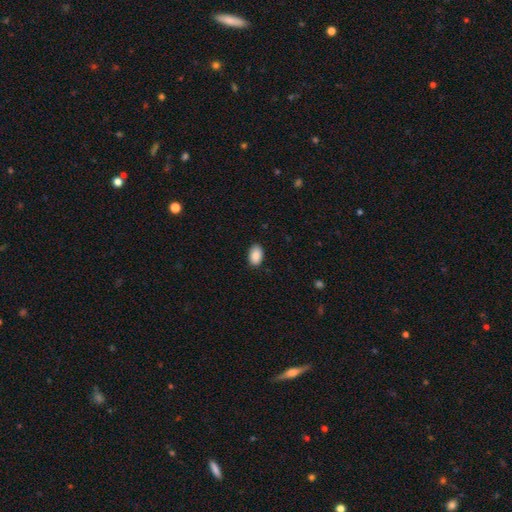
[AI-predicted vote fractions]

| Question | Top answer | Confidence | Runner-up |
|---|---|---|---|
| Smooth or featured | smooth | 89% | star or artifact (7%) |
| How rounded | in between | 91% | round (7%) |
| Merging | none | 87% | minor disturbance (10%) |